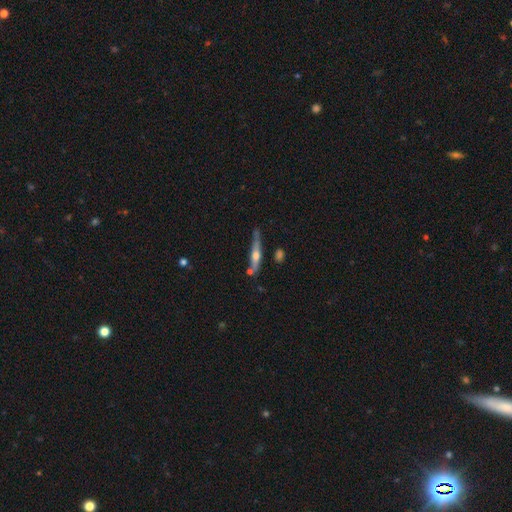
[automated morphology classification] The model was most divided on "smooth or featured": featured or disk: 60%, smooth: 34%, star or artifact: 6%. More confident: edge-on disk — yes (92%); edge-on bulge — rounded (89%); merging — none (67%).